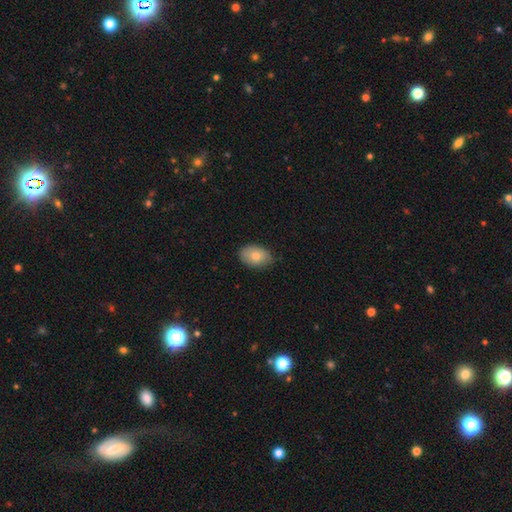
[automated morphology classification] type=smooth (80%); roundness=in between (85%); merging=none (79%).